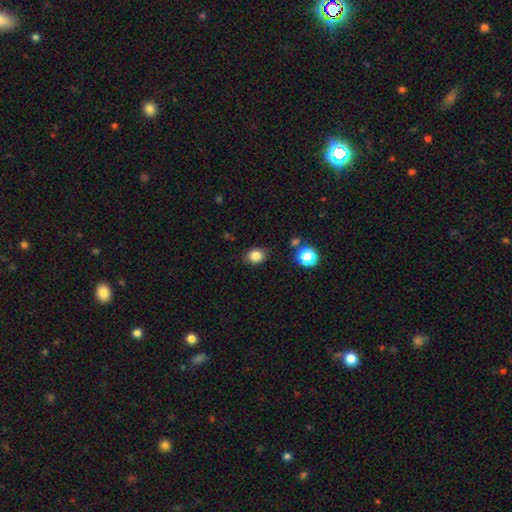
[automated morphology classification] Smooth or featured? Predicted: smooth (p=0.84). How rounded? Predicted: round (p=0.56). Merging? Predicted: none (p=0.82).